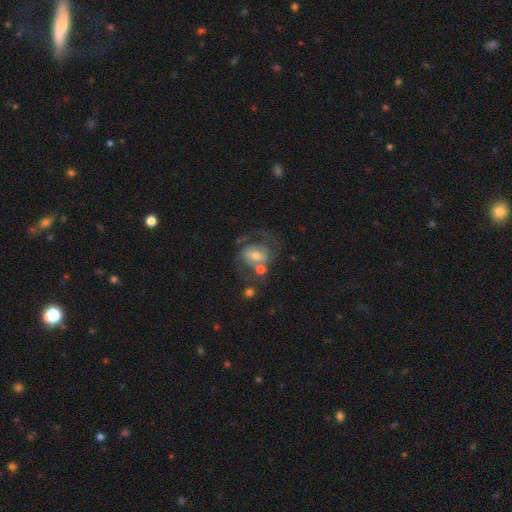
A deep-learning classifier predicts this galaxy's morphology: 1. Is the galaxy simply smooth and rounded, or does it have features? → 73% featured or disk, 20% smooth, 7% star or artifact.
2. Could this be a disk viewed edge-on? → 97% no, 3% yes.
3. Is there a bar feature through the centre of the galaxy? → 42% weak, 37% no, 22% strong.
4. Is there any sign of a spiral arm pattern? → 82% yes, 18% no.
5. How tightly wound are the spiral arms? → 50% medium, 25% tight, 25% loose.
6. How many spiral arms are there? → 77% 2, 11% can't tell, 6% 1, 3% 3, 1% 4, 1% more than 4.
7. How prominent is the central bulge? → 59% moderate, 33% small, 5% large, 2% none, 1% dominant.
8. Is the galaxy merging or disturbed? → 44% none, 20% merger, 19% major disturbance, 17% minor disturbance.